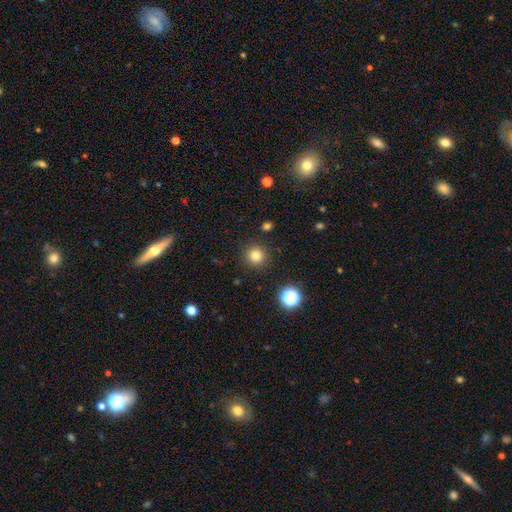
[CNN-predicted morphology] smooth_or_featured: smooth (p=0.81) [alt: star or artifact p=0.14]
how_rounded: round (p=0.95) [alt: in between p=0.04]
merging: none (p=0.90) [alt: minor disturbance p=0.06]